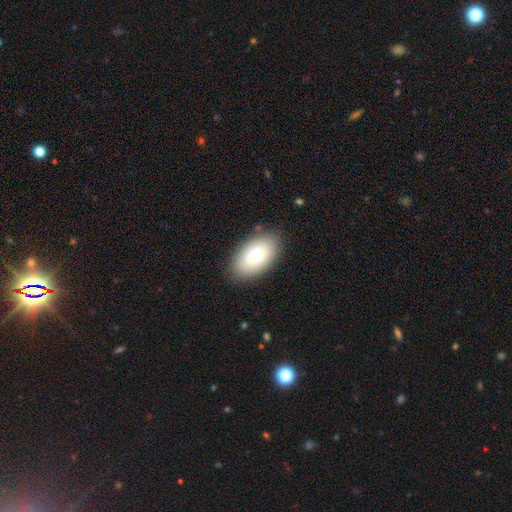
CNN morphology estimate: The model was most divided on "merging": none: 85%, minor disturbance: 11%, major disturbance: 3%, merger: 1%. More confident: how rounded — in between (95%); smooth or featured — smooth (84%).